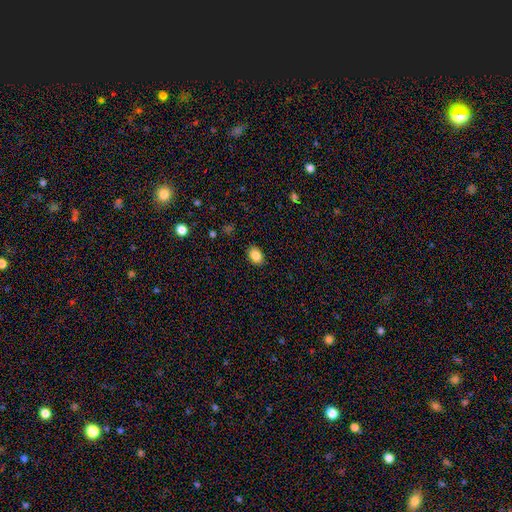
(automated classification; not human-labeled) Morphology: type=smooth (86%); roundness=in between (72%); merging=none (88%).